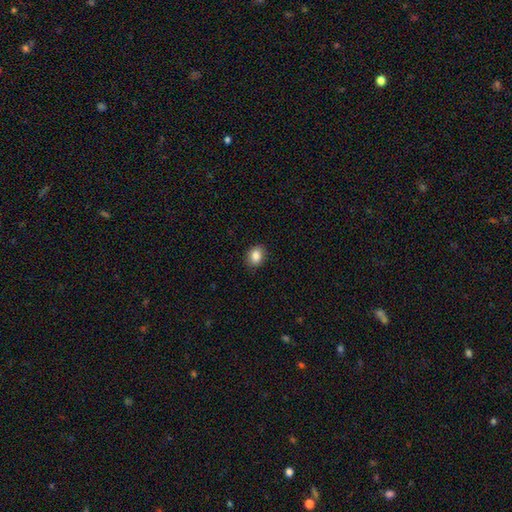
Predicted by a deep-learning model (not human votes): Smooth or featured? Predicted: smooth (p=0.85). How rounded? Predicted: in between (p=0.56). Merging? Predicted: none (p=0.89).